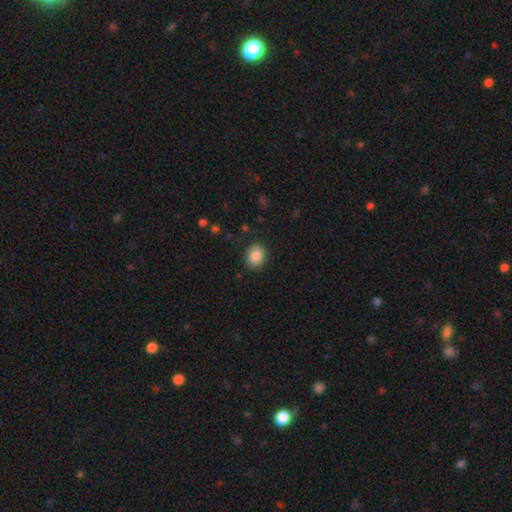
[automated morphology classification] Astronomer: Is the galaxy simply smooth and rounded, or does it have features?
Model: smooth — 88%.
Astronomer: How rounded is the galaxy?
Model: in between — 67%.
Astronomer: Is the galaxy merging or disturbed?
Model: none — 86%.